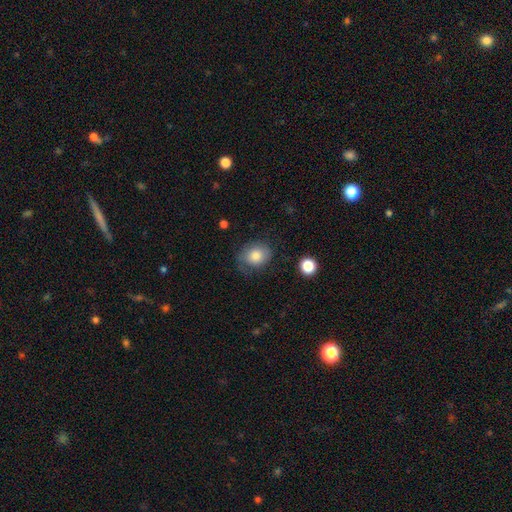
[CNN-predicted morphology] Overall: smooth (78%). How rounded: round (56%; in between 43%). Merging: none (62%; minor disturbance 25%).